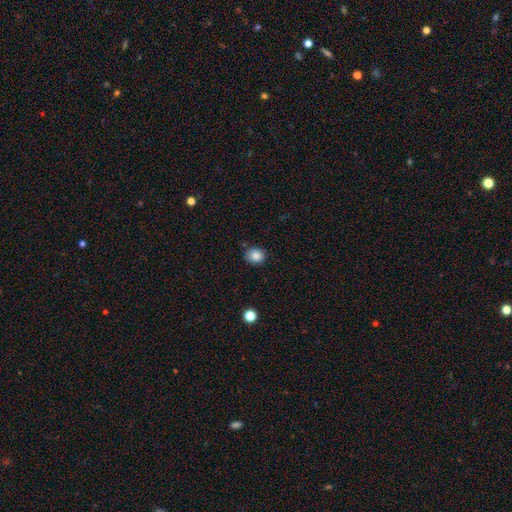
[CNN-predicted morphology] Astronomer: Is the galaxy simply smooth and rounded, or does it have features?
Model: smooth — 86%.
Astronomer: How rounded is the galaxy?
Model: round — 66%.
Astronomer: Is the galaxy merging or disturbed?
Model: none — 77%.